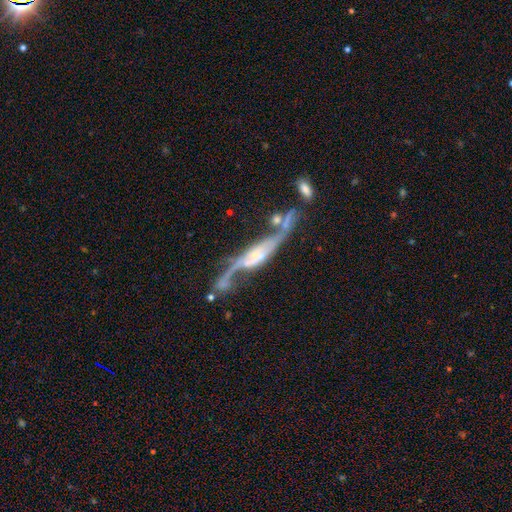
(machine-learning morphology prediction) A featured or disk galaxy (82%) with no bar (52%), spiral arms (83%) and a small central bulge (61%).

Vote fractions:
- Smooth or featured? featured or disk: 82% / smooth: 11% / star or artifact: 7%
- Edge-on disk? no: 63% / yes: 37%
- Bar? no: 52% / weak: 30% / strong: 18%
- Spiral arms? yes: 83% / no: 17%
- Bulge size? small: 61% / moderate: 25% / none: 9% / large: 4% / dominant: 2%
- Merging? none: 35% / merger: 24% / major disturbance: 22% / minor disturbance: 18%